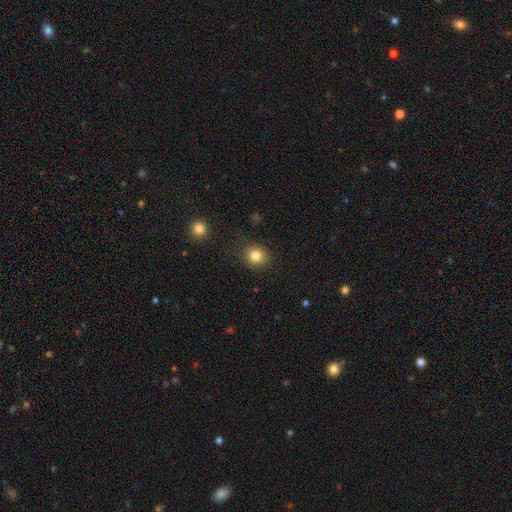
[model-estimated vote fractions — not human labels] Smooth or featured: smooth — 82% (star or artifact — 12%)
How rounded: round — 83% (in between — 16%)
Merging: none — 88% (minor disturbance — 8%)